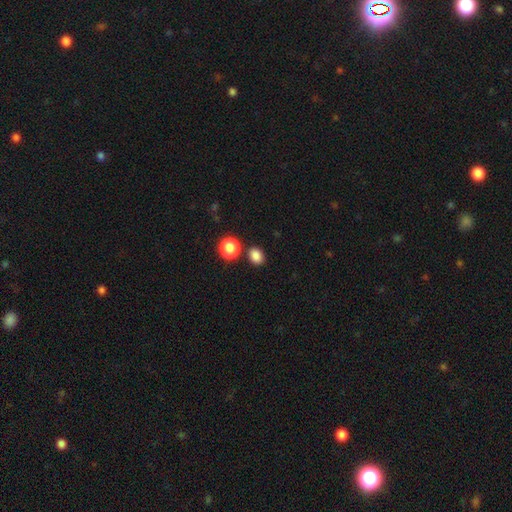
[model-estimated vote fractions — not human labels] This appears to be a smooth galaxy with no disk features (83%) that is round (56%). Merging: none (79%).